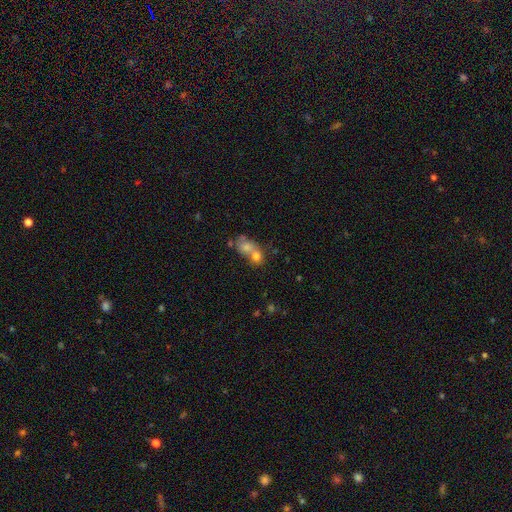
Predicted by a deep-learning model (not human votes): This appears to be a smooth galaxy with no disk features (70%) that is round (53%). Merging: merger (69%).